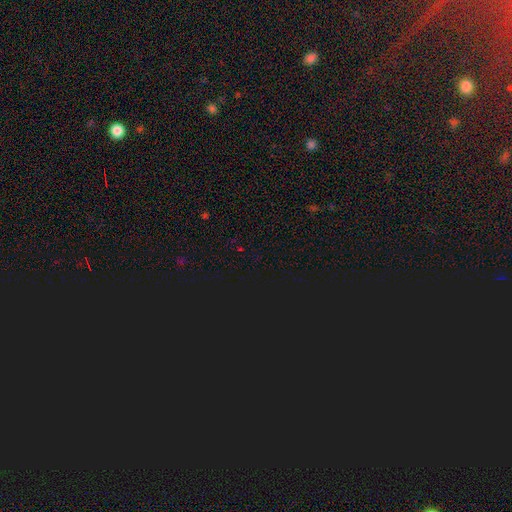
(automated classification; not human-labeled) Morphology: type=star or artifact (76%).